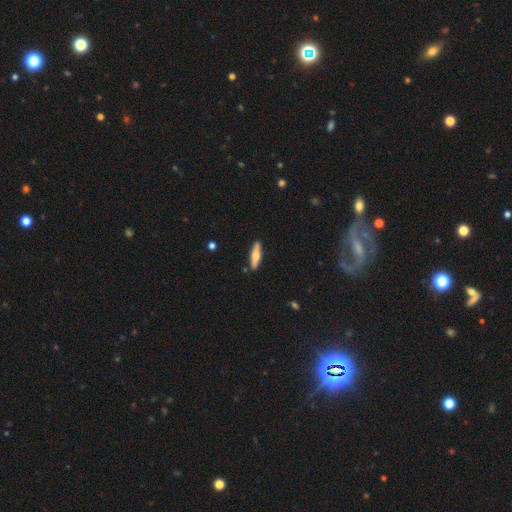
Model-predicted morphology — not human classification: smooth_or_featured: smooth (p=0.55) [alt: featured or disk p=0.39]
how_rounded: cigar-shaped (p=0.73) [alt: in between p=0.25]
merging: none (p=0.88) [alt: minor disturbance p=0.09]